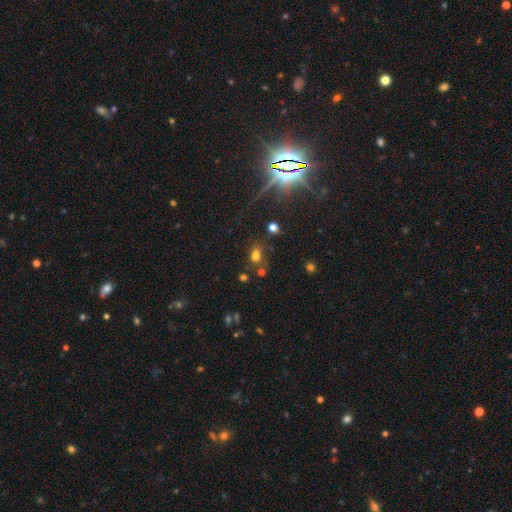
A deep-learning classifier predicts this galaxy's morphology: Smooth or featured? Predicted: smooth (p=0.63). How rounded? Predicted: in between (p=0.62). Merging? Predicted: none (p=0.62).